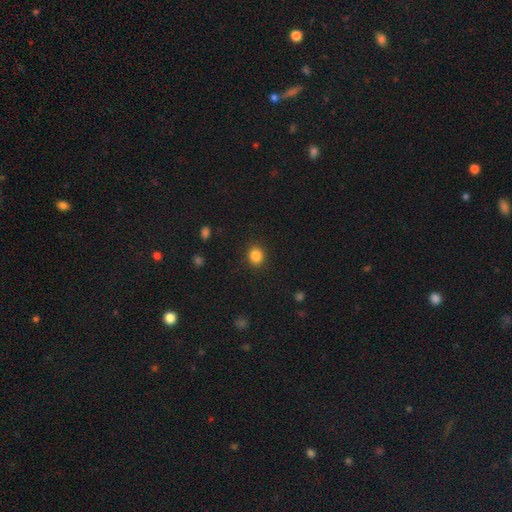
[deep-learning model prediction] Smooth or featured: smooth — 85% (star or artifact — 11%)
How rounded: round — 74% (in between — 25%)
Merging: none — 89% (minor disturbance — 7%)